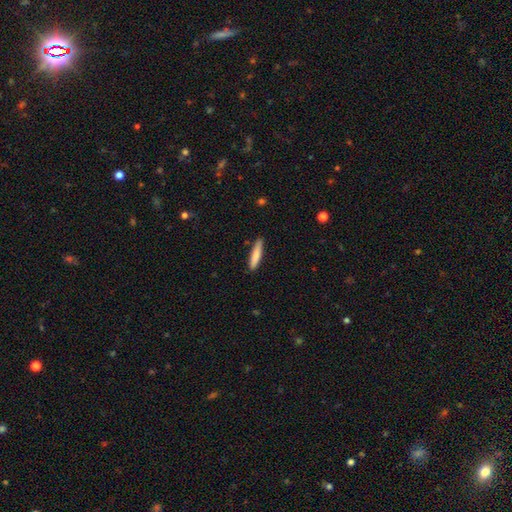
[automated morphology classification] This is clearly a smooth galaxy (81%). How rounded: clearly cigar-shaped (87%). Merging: clearly none (84%).